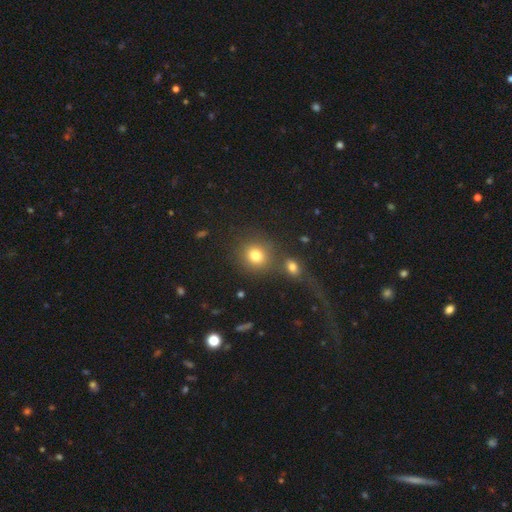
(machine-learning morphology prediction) smooth 79%, star or artifact 13%, featured or disk 8%. Down the decision tree: how rounded — round (82%); merging — none (68%).